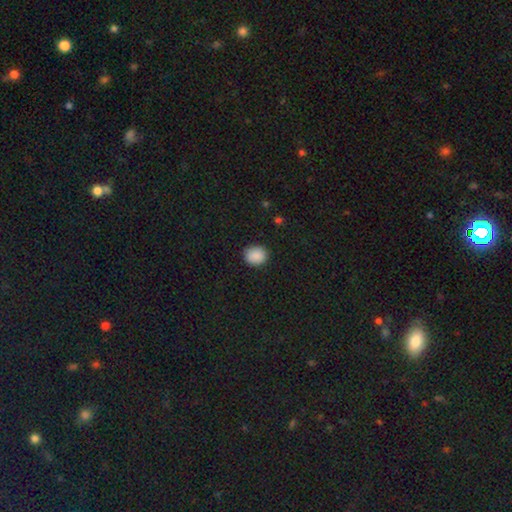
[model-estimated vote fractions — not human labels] Smooth or featured? smooth (89%)
How rounded? round (77%)
Merging? none (90%)